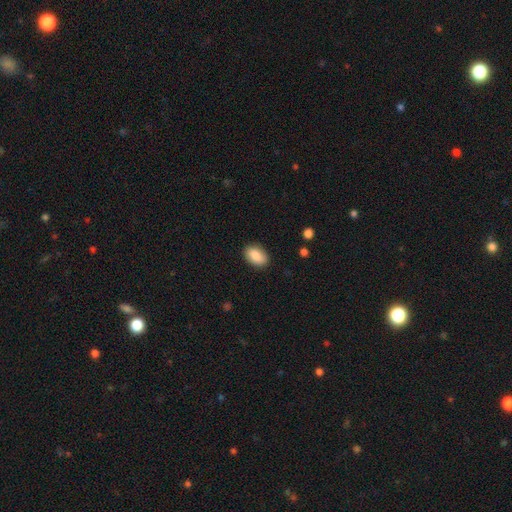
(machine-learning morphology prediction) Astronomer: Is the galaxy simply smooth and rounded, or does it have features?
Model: smooth — 88%.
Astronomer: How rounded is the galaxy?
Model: in between — 90%.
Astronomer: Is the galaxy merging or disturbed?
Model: none — 88%.